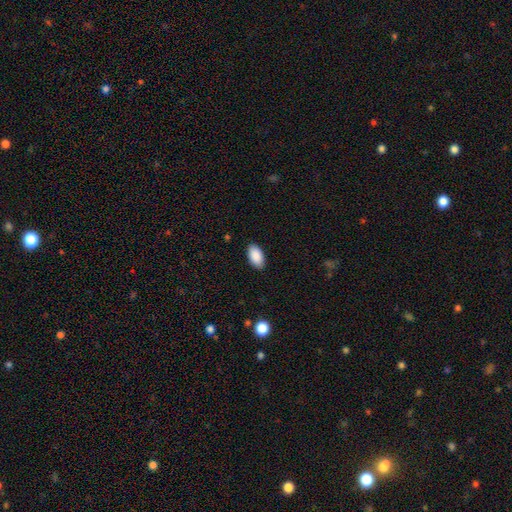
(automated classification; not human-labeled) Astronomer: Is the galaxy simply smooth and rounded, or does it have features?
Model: smooth — 90%.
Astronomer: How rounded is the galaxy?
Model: in between — 95%.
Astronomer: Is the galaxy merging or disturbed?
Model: none — 88%.